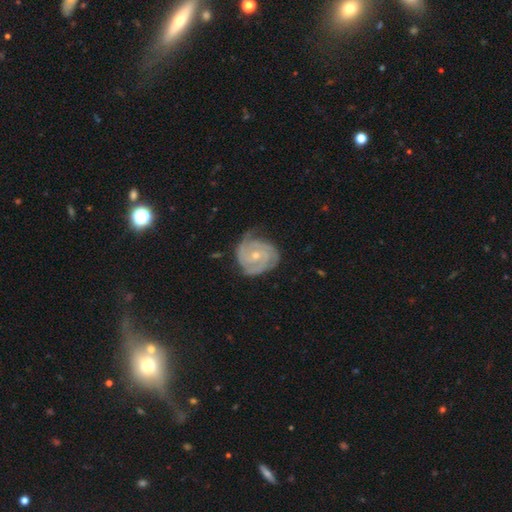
This appears to be a featured or disk galaxy (92%) with no bar (63%), 3 (60%) tight (91%) spiral arms (100%) and a small central bulge (77%). Merging: none (68%).